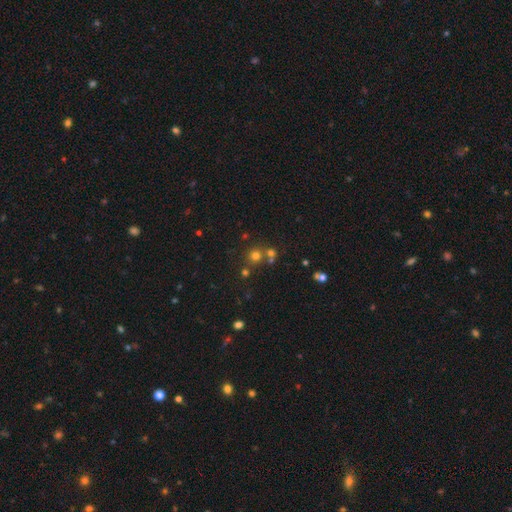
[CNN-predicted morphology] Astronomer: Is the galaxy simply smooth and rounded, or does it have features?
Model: smooth — 66%.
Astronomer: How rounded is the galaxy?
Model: round — 91%.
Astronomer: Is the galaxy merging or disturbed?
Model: none — 66%.